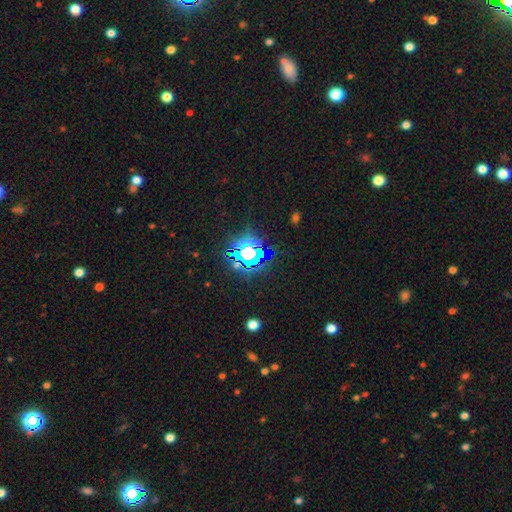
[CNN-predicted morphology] type=star or artifact (71%).